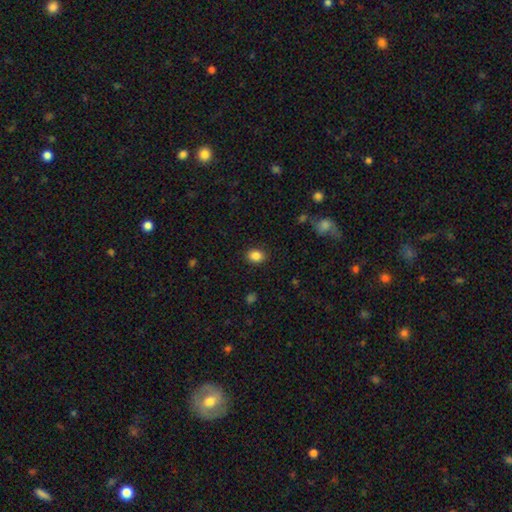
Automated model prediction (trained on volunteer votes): This is clearly a smooth galaxy (86%). How rounded: possibly round (51%). Merging: clearly none (88%).